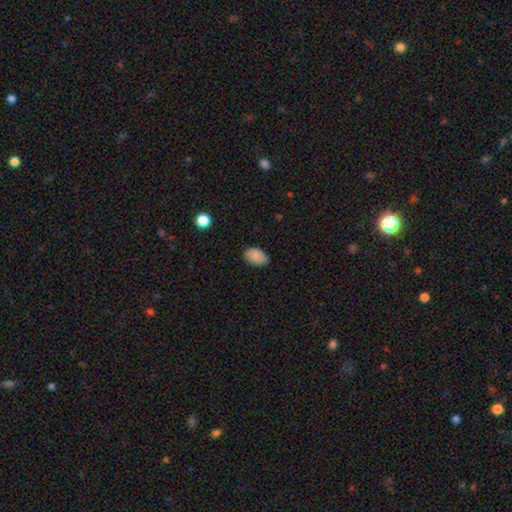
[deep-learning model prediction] The model was most divided on "merging": none: 77%, minor disturbance: 19%, major disturbance: 3%, merger: 1%. More confident: smooth or featured — smooth (86%); how rounded — in between (85%).